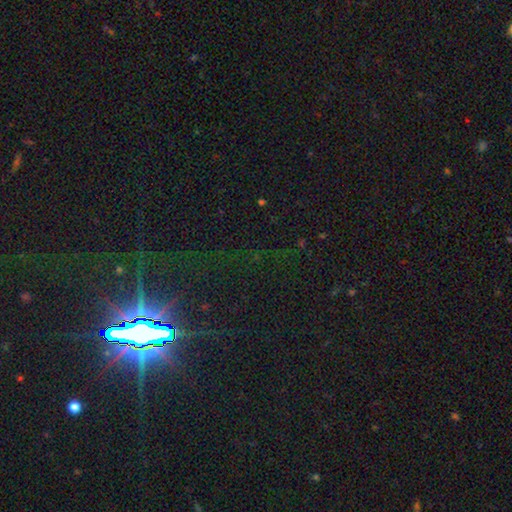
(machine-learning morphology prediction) star or artifact 82%, featured or disk 10%, smooth 8%.